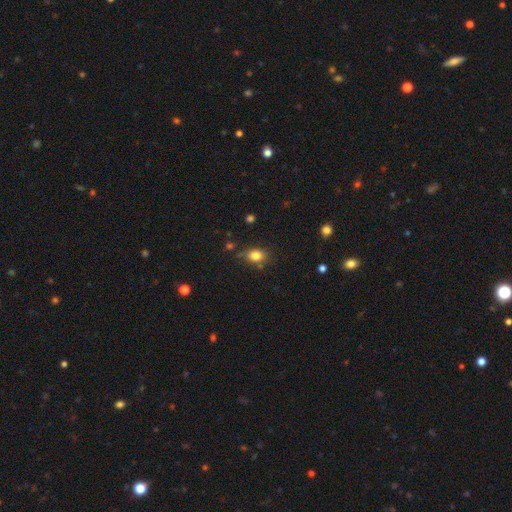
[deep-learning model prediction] A smooth galaxy with no disk features (82%) that is in between round and cigar-shaped (64%). Merging: none (71%).